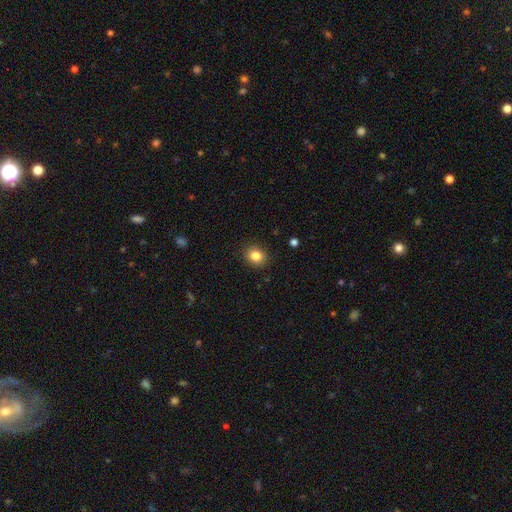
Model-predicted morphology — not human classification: Overall: smooth (85%). How rounded: round (68%; in between 31%). Merging: none (89%).